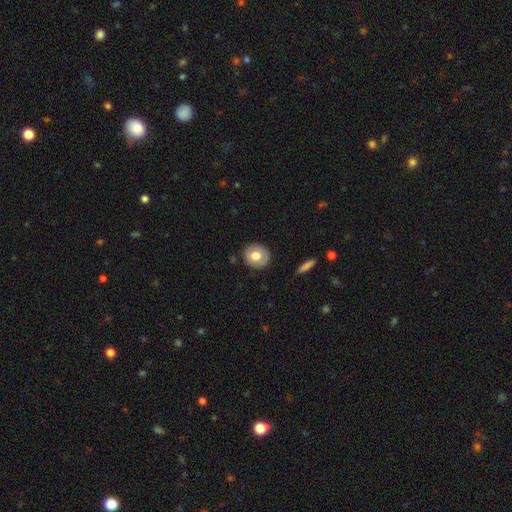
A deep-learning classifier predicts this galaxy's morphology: Smooth or featured? smooth (69%)
How rounded? round (81%)
Merging? none (87%)